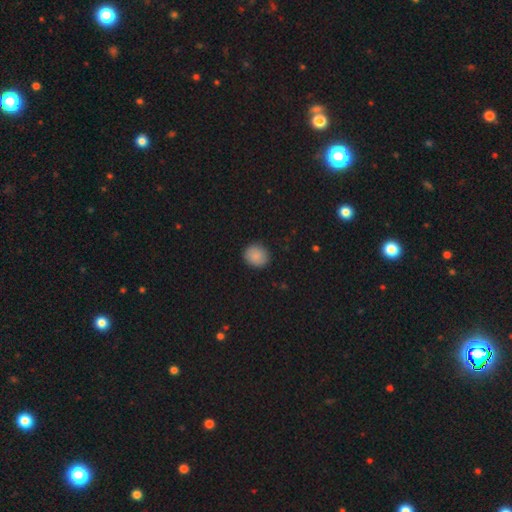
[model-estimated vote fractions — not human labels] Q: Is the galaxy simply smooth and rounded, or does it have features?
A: smooth — 86%.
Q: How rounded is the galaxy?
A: round — 79%.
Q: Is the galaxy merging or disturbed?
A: none — 89%.